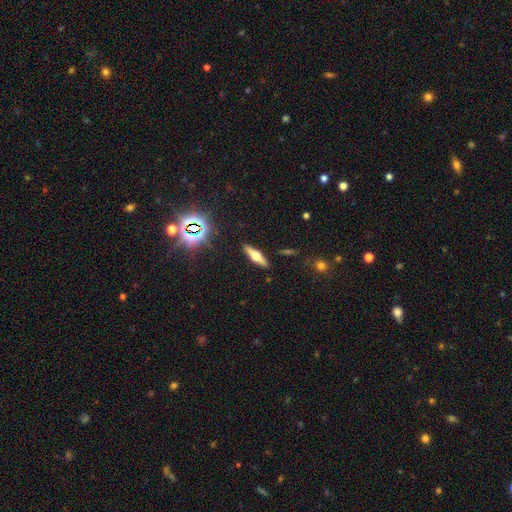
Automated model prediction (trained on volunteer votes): A featured or disk galaxy (59%) viewed edge-on (94%) with a rounded central bulge (94%). Merging: none (89%).